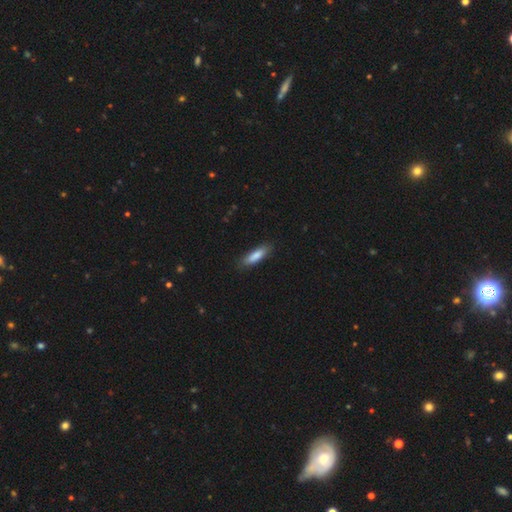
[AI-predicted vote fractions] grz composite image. It shows a smooth galaxy with no disk features (83%) that is cigar-shaped (60%). Merging: none (85%).